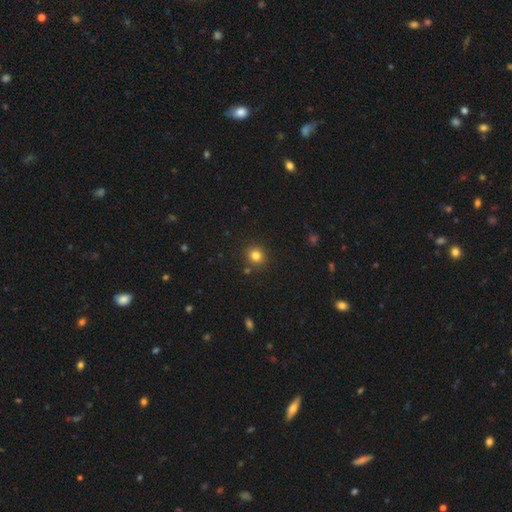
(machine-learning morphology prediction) This is clearly a smooth galaxy (81%). How rounded: clearly round (88%). Merging: clearly none (88%).